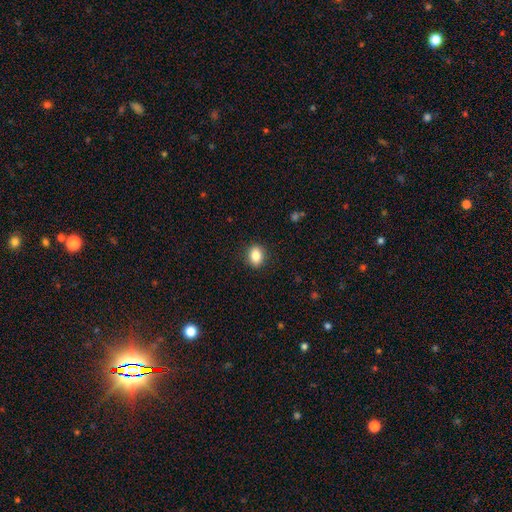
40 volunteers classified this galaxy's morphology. smooth_or_featured: smooth (p=0.82) [alt: featured or disk p=0.10]
how_rounded: in between (p=0.55) [alt: round p=0.45]
merging: none (p=0.95) [alt: minor disturbance p=0.05]